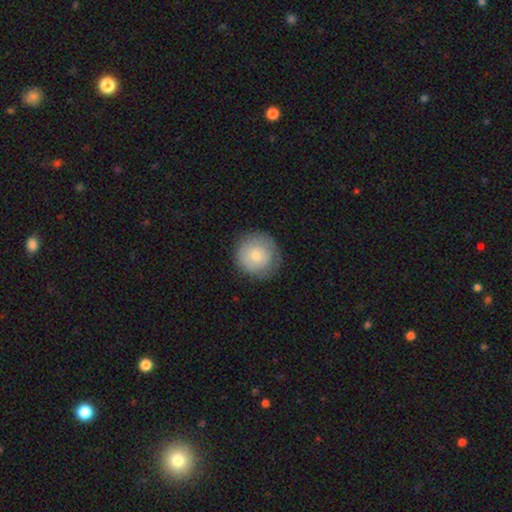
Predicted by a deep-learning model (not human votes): A smooth galaxy with no disk features (72%) that is round (93%). Merging: none (80%).